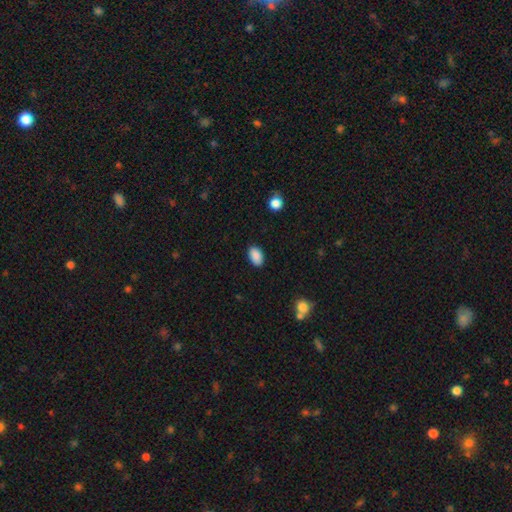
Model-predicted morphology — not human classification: This appears to be a smooth galaxy with no disk features (89%) that is in between round and cigar-shaped (91%). Merging: none (87%).